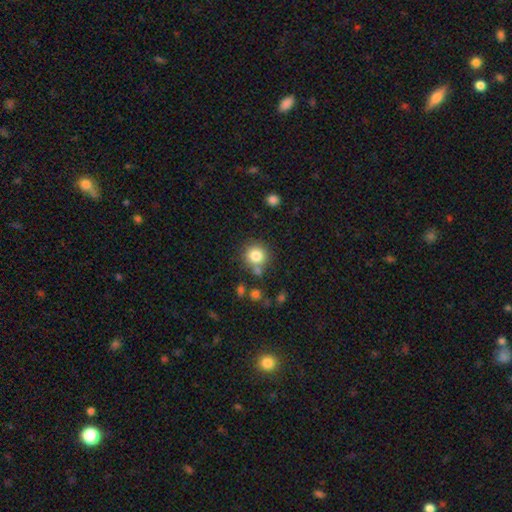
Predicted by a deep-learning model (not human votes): Smooth or featured: smooth — 81% (star or artifact — 11%)
How rounded: round — 92% (in between — 8%)
Merging: none — 73% (merger — 12%)